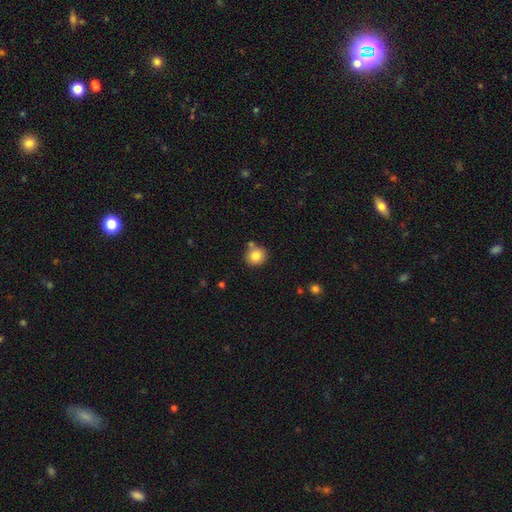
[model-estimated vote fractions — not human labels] The model was most divided on "merging": none: 73%, merger: 13%, minor disturbance: 11%, major disturbance: 3%. More confident: how rounded — round (90%); smooth or featured — smooth (82%).